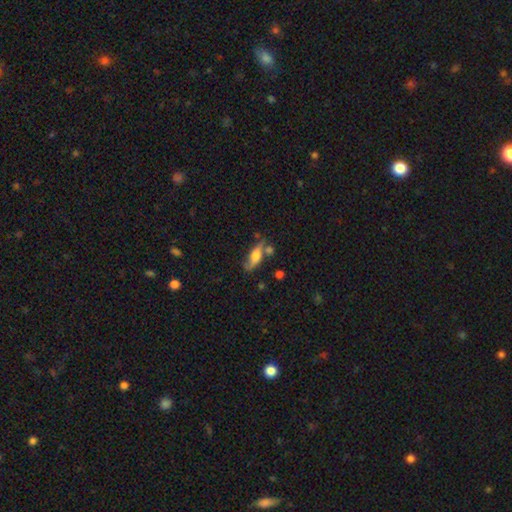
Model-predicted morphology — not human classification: type=smooth (51%); roundness=in between (62%); merging=none (54%).